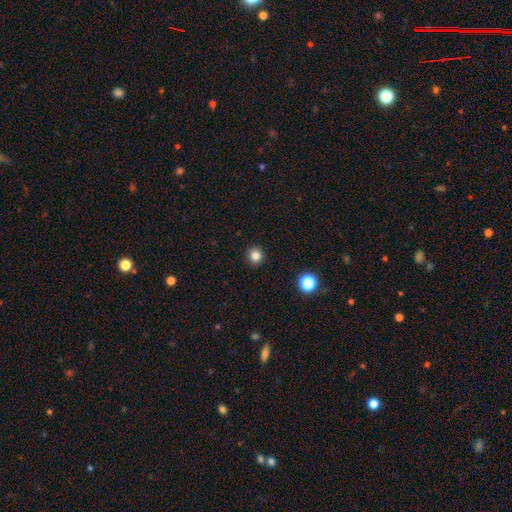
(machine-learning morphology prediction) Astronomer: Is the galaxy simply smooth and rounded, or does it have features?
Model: smooth — 83%.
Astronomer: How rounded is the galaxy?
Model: round — 93%.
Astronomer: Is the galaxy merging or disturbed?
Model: none — 93%.